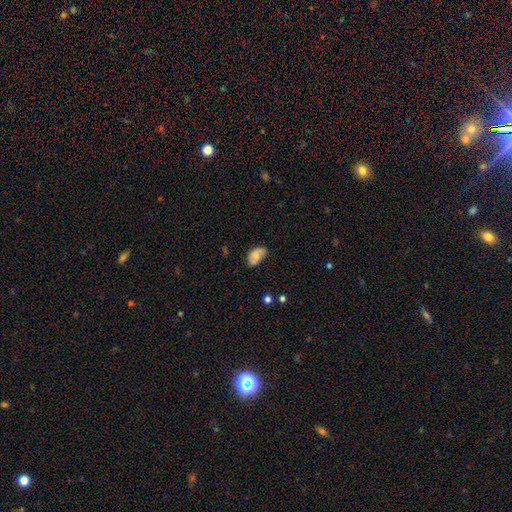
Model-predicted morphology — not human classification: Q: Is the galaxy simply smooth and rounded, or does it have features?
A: smooth — 56%.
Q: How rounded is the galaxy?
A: in between — 89%.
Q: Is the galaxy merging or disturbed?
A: none — 49%.